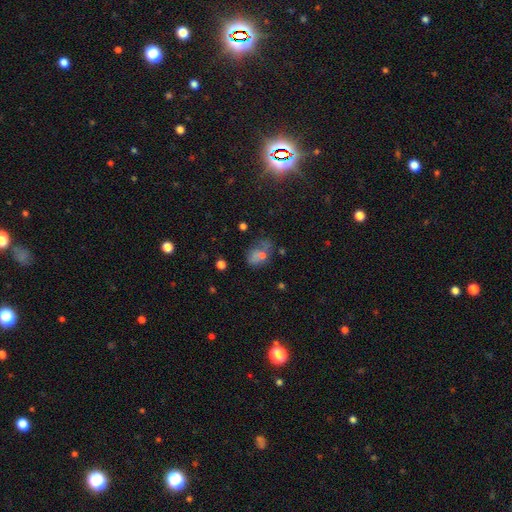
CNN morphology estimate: A star or artifact, not a galaxy (39%).

Vote fractions:
- Smooth or featured? star or artifact: 39% / smooth: 37% / featured or disk: 24%